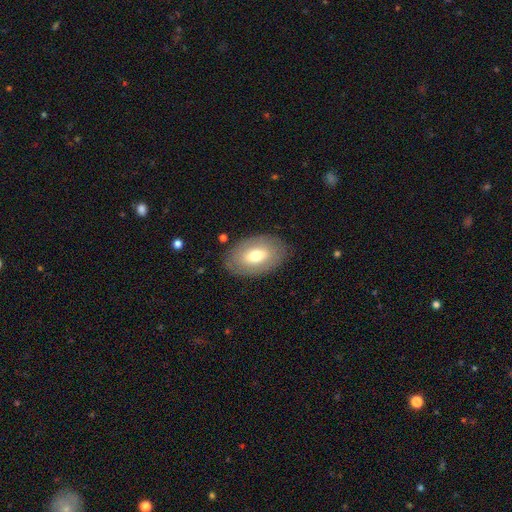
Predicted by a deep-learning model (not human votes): Smooth or featured? smooth (63%)
How rounded? in between (91%)
Merging? none (83%)